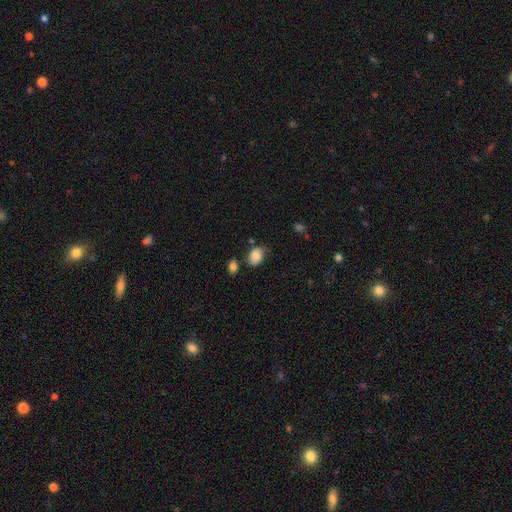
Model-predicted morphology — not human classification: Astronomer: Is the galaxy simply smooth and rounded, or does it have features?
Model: smooth — 83%.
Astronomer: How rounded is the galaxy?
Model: in between — 72%.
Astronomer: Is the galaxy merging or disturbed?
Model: none — 56%.